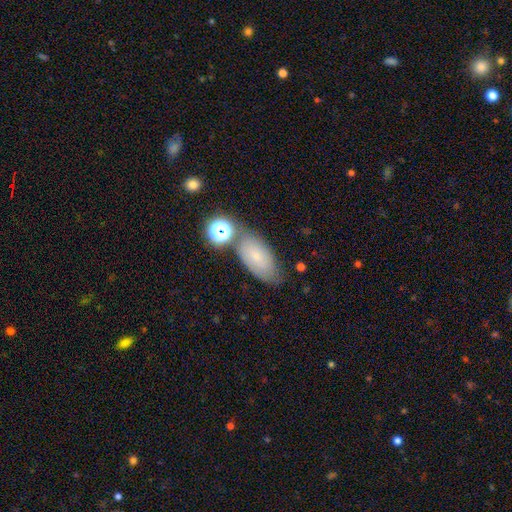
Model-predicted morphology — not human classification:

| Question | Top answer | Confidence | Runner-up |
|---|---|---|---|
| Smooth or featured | smooth | 62% | featured or disk (24%) |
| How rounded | in between | 88% | round (6%) |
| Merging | none | 64% | minor disturbance (20%) |